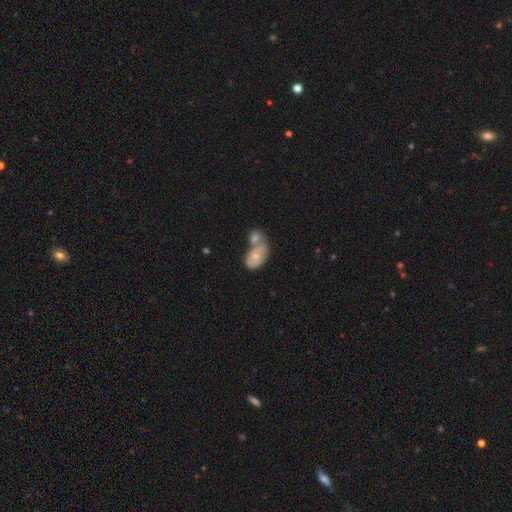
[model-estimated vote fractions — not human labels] The model was most divided on "smooth or featured": smooth: 62%, featured or disk: 31%, star or artifact: 7%. More confident: how rounded — in between (87%); merging — merger (66%).